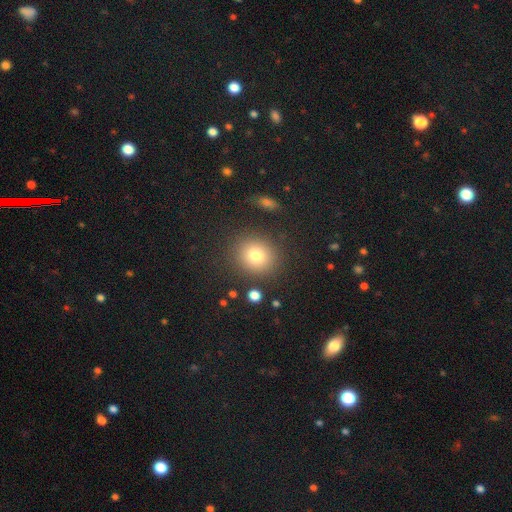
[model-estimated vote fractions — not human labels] A smooth galaxy with no disk features (78%) that is round (83%).

Vote fractions:
- Smooth or featured? smooth: 78% / star or artifact: 13% / featured or disk: 9%
- How rounded? round: 83% / in between: 16% / cigar-shaped: 1%
- Merging? none: 86% / minor disturbance: 8% / major disturbance: 4% / merger: 2%